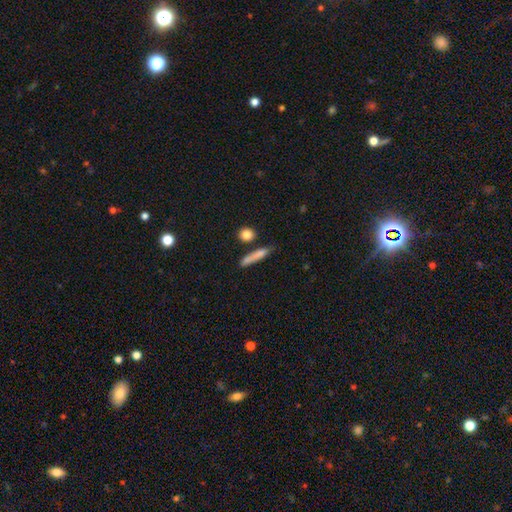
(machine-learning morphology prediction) This appears to be a smooth galaxy with no disk features (78%) that is cigar-shaped (79%). Merging: none (72%).